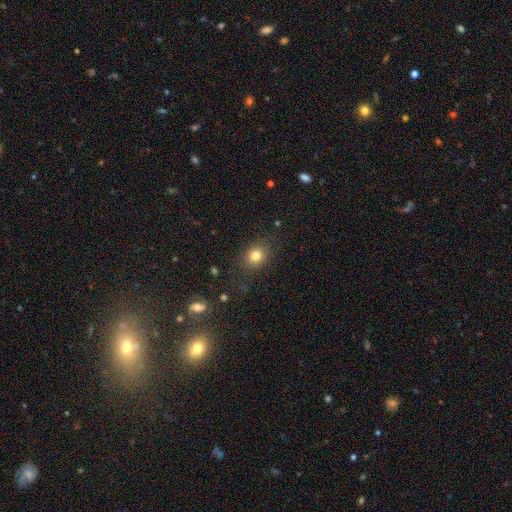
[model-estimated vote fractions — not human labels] The model was most divided on "how rounded": round: 61%, in between: 38%, cigar-shaped: 1%. More confident: merging — none (82%); smooth or featured — smooth (80%).